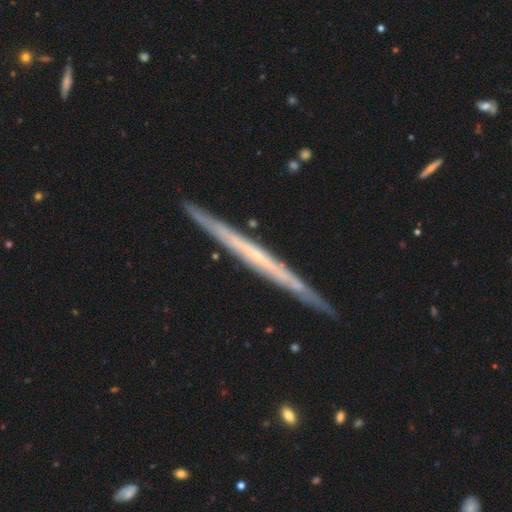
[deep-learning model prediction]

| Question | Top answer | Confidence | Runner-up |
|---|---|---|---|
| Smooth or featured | featured or disk | 75% | smooth (20%) |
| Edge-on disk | yes | 96% | no (4%) |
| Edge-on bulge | none | 81% | rounded (15%) |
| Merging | none | 89% | minor disturbance (9%) |